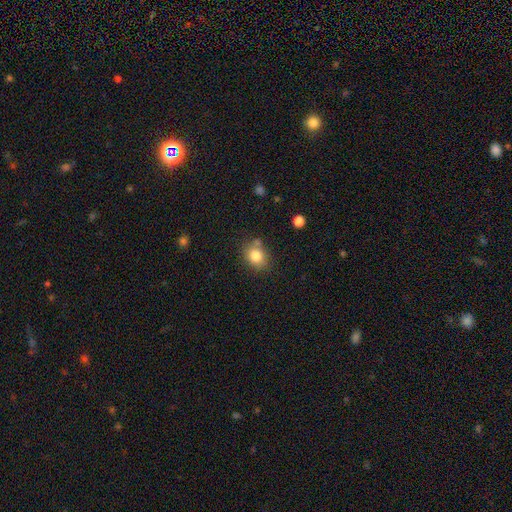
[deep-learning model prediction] Overall: smooth (82%). How rounded: round (53%; in between 46%). Merging: none (70%).